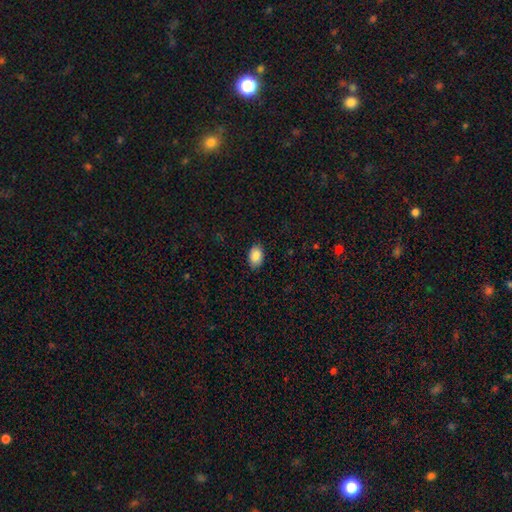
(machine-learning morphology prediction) smooth_or_featured: smooth (p=0.88) [alt: star or artifact p=0.07]
how_rounded: in between (p=0.88) [alt: round p=0.11]
merging: none (p=0.85) [alt: minor disturbance p=0.12]